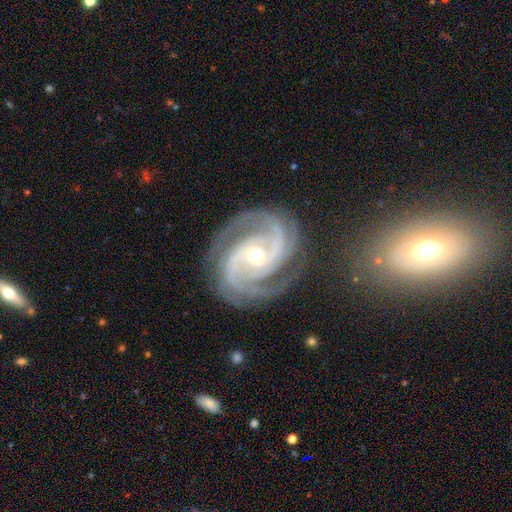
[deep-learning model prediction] This appears to be a featured or disk galaxy (93%) with no bar (46%), 3 (41%) tight (54%) spiral arms (99%) and a small central bulge (53%). Merging: none (78%).